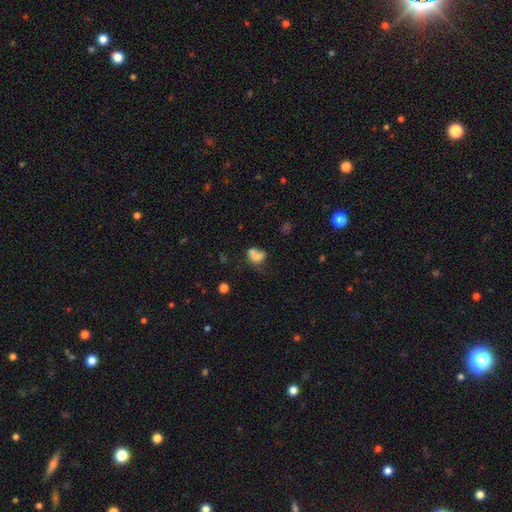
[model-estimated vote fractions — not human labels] Morphology: type=smooth (71%); roundness=in between (62%); merging=merger (44%).